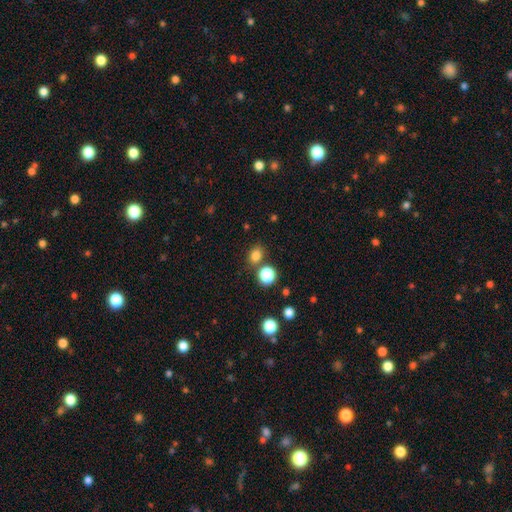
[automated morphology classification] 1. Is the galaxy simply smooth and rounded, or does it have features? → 79% smooth, 16% star or artifact, 5% featured or disk.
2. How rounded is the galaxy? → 59% round, 39% in between, 1% cigar-shaped.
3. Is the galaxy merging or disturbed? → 74% none, 12% merger, 10% minor disturbance, 4% major disturbance.